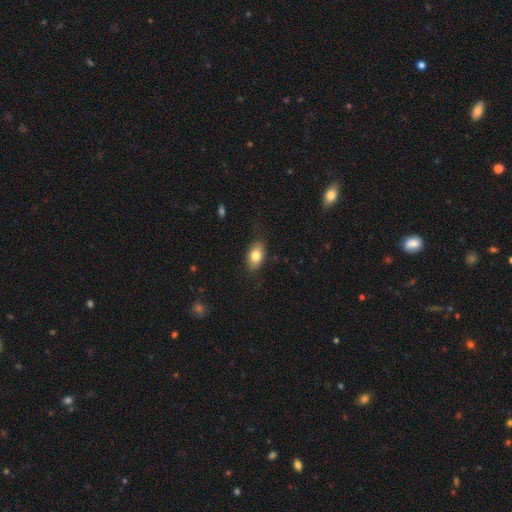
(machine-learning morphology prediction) smooth-or-featured: smooth: 80% | featured or disk: 13% | star or artifact: 7%
  how-rounded: in between: 89% | round: 8% | cigar-shaped: 3%
  merging: none: 83% | minor disturbance: 13% | major disturbance: 3% | merger: 1%